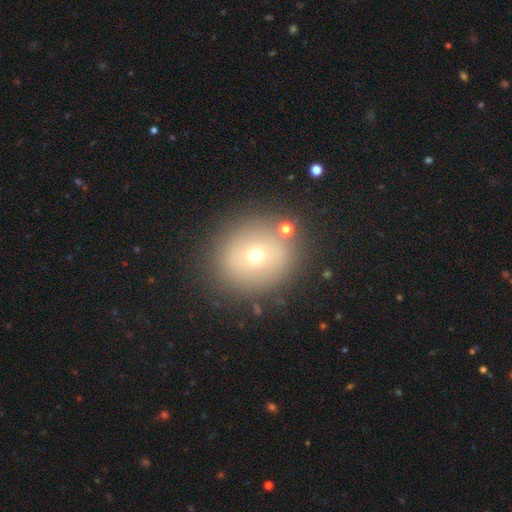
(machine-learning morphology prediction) The model was most divided on "smooth or featured": smooth: 62%, featured or disk: 21%, star or artifact: 16%. More confident: merging — none (83%); how rounded — round (78%).